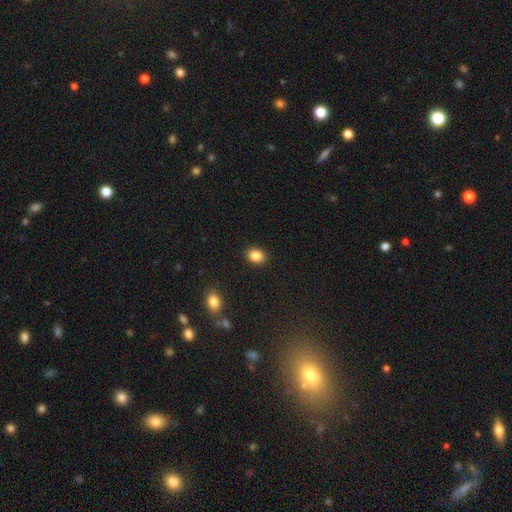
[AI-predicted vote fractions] smooth-or-featured: smooth: 87% | star or artifact: 9% | featured or disk: 4%
  how-rounded: in between: 62% | round: 37% | cigar-shaped: 1%
  merging: none: 89% | minor disturbance: 8% | major disturbance: 2% | merger: 1%